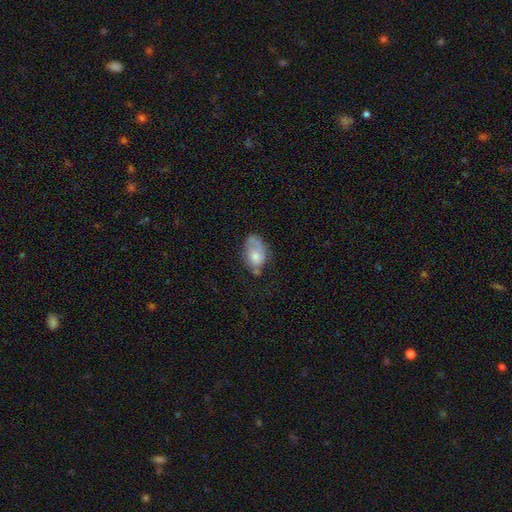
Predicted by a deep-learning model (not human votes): smooth_or_featured: smooth (p=0.59) [alt: featured or disk p=0.34]
how_rounded: in between (p=0.88) [alt: round p=0.10]
merging: none (p=0.39) [alt: minor disturbance p=0.32]